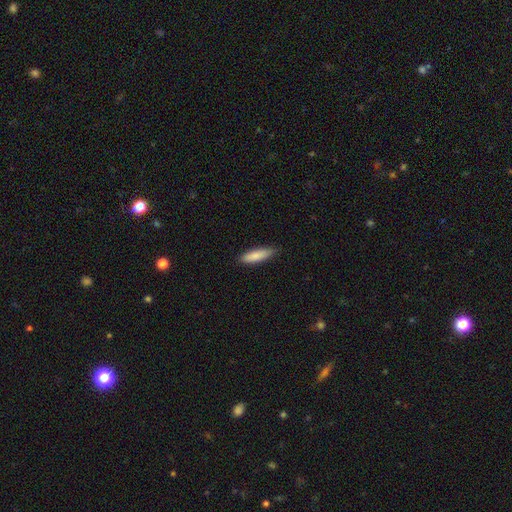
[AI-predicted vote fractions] Smooth or featured?
  - smooth: 84% *
  - featured or disk: 10%
  - star or artifact: 6%
How rounded?
  - cigar-shaped: 67% *
  - in between: 32%
  - round: 2%
Merging?
  - none: 85% *
  - minor disturbance: 12%
  - major disturbance: 2%
  - merger: 1%